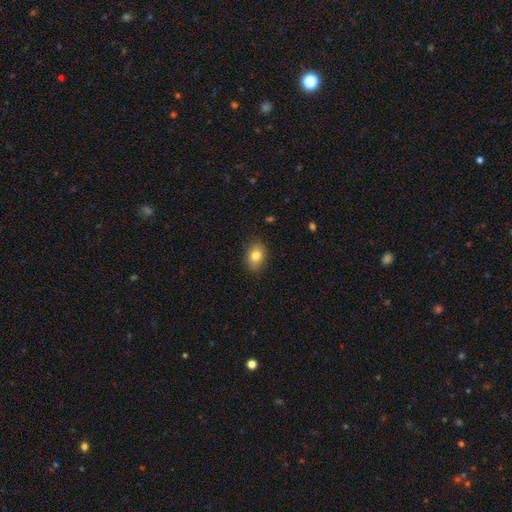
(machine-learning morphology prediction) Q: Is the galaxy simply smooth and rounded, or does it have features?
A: smooth — 81%.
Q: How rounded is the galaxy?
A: in between — 66%.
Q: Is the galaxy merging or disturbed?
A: none — 86%.